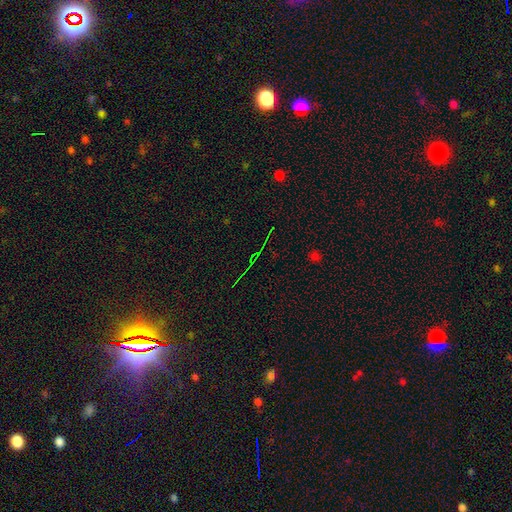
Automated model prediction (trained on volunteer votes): Overall: star or artifact (80%).